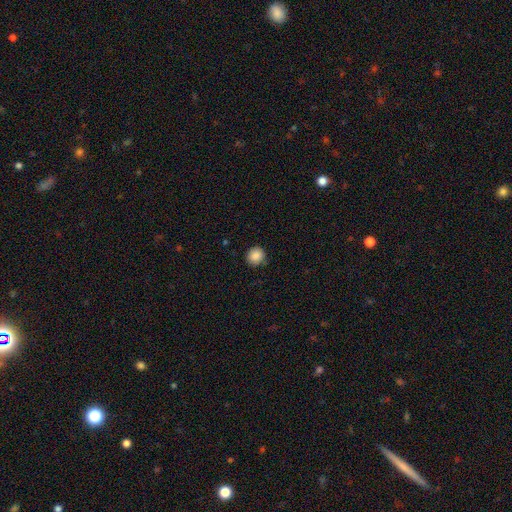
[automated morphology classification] The model was most divided on "merging": none: 86%, minor disturbance: 11%, major disturbance: 2%, merger: 1%. More confident: how rounded — round (90%); smooth or featured — smooth (88%).